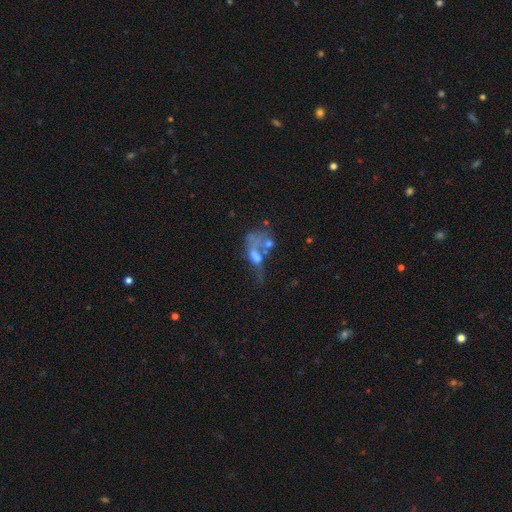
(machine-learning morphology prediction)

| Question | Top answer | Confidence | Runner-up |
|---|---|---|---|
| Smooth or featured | featured or disk | 47% | smooth (33%) |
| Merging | merger | 36% | major disturbance (33%) |